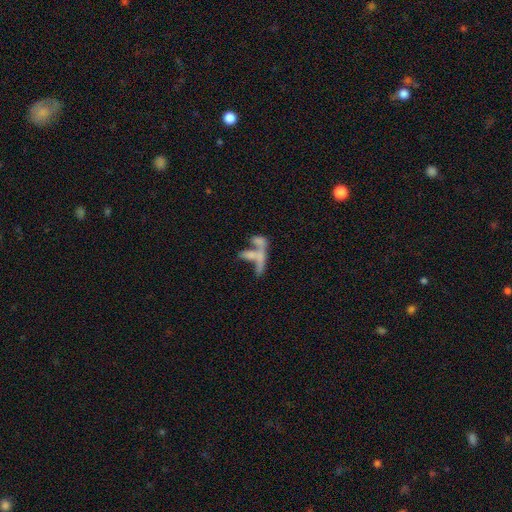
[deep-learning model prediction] Smooth or featured? Predicted: smooth (p=0.48). Merging? Predicted: merger (p=0.61).